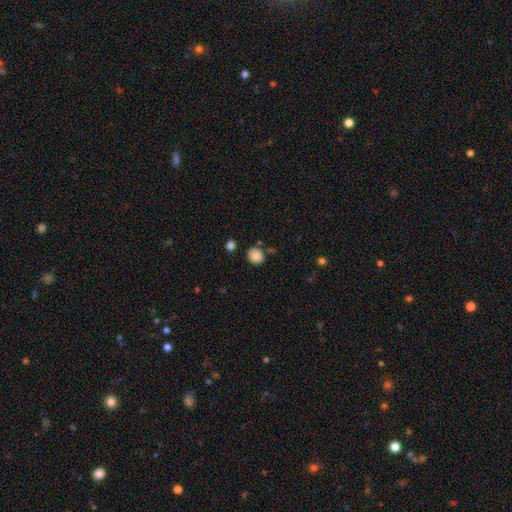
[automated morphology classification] This appears to be a smooth galaxy with no disk features (87%) that is round (78%). Merging: none (76%).